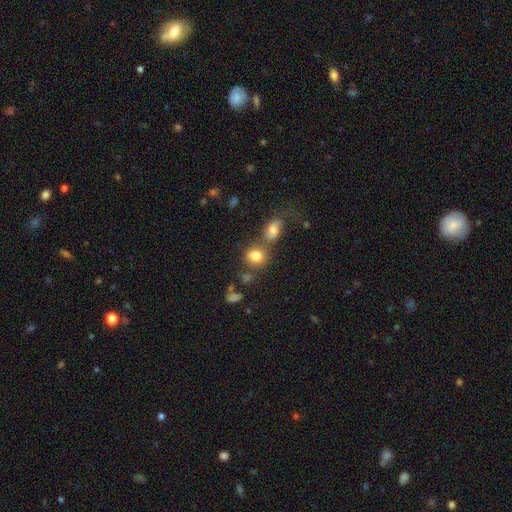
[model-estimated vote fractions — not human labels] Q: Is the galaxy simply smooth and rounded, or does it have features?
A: smooth — 79%.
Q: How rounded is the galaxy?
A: round — 72%.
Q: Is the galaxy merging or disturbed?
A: none — 49%.